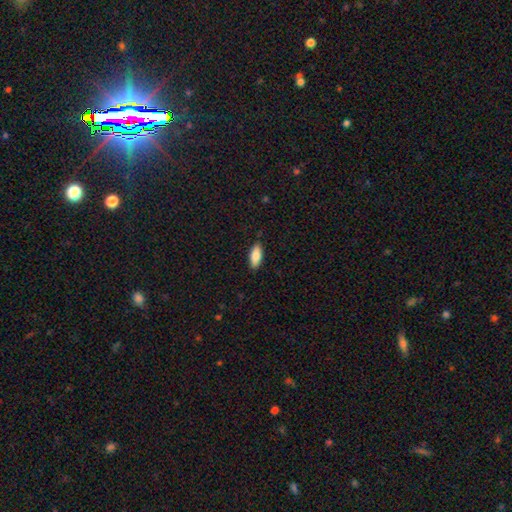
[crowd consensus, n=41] smooth-or-featured: smooth: 88% | star or artifact: 7% | featured or disk: 5%
  how-rounded: in between: 75% | cigar-shaped: 22% | round: 3%
  merging: none: 79% | minor disturbance: 16% | major disturbance: 3% | merger: 3%